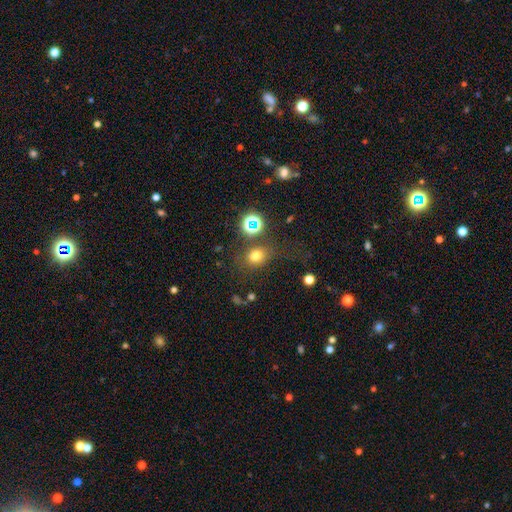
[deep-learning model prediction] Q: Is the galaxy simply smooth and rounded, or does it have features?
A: smooth — 71%.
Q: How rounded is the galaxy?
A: round — 55%.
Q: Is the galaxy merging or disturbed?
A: none — 67%.